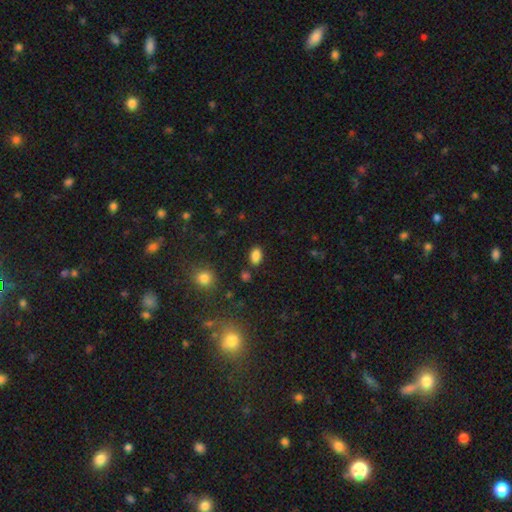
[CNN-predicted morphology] Smooth or featured?
  - smooth: 85% *
  - star or artifact: 11%
  - featured or disk: 5%
How rounded?
  - in between: 86% *
  - round: 12%
  - cigar-shaped: 1%
Merging?
  - none: 84% *
  - minor disturbance: 10%
  - merger: 3%
  - major disturbance: 3%